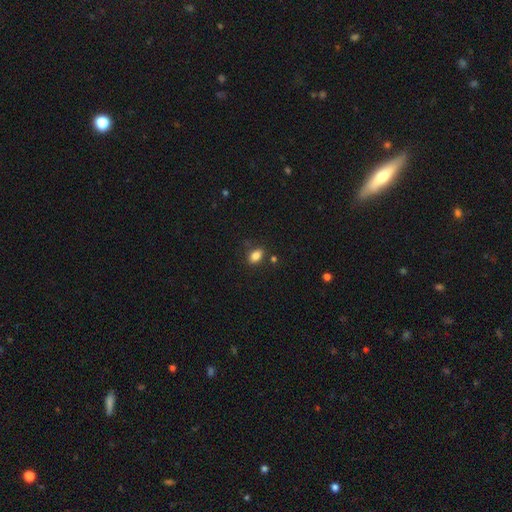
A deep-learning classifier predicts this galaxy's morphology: Smooth or featured?
  - smooth: 84% *
  - star or artifact: 10%
  - featured or disk: 6%
How rounded?
  - in between: 84% *
  - round: 14%
  - cigar-shaped: 2%
Merging?
  - none: 80% *
  - minor disturbance: 12%
  - merger: 5%
  - major disturbance: 3%